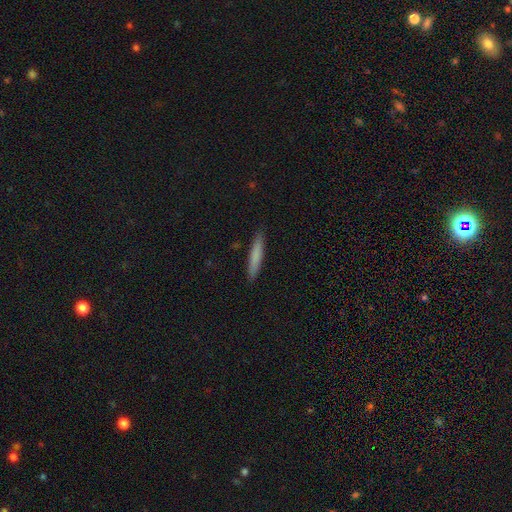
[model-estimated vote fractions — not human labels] A smooth galaxy with no disk features (78%) that is cigar-shaped (93%).

Vote fractions:
- Smooth or featured? smooth: 78% / featured or disk: 16% / star or artifact: 6%
- How rounded? cigar-shaped: 93% / in between: 6% / round: 1%
- Merging? none: 90% / minor disturbance: 8% / major disturbance: 2% / merger: 1%